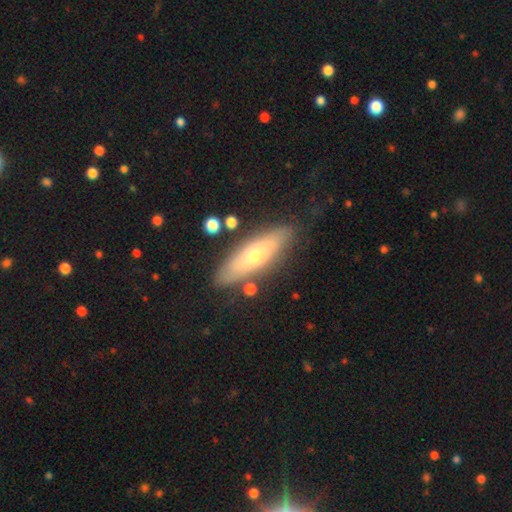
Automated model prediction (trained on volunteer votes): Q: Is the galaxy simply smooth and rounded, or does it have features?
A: smooth — 49%.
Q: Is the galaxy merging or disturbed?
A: none — 82%.